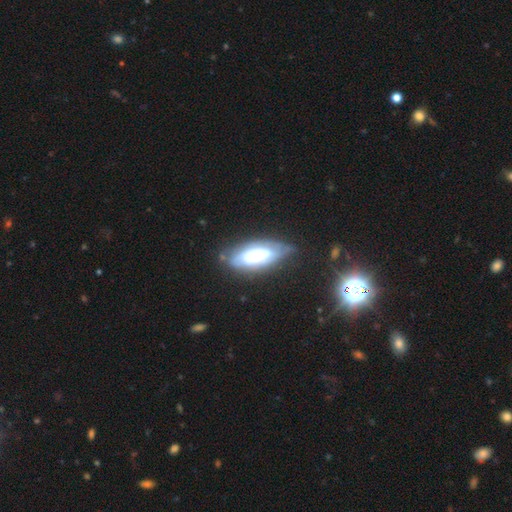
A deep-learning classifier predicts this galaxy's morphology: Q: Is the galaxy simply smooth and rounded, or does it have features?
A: featured or disk — 62%.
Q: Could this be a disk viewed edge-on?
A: no — 84%.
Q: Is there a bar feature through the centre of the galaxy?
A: no — 76%.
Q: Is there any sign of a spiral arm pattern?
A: yes — 65%.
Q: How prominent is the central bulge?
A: moderate — 49%.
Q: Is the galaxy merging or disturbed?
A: none — 60%.